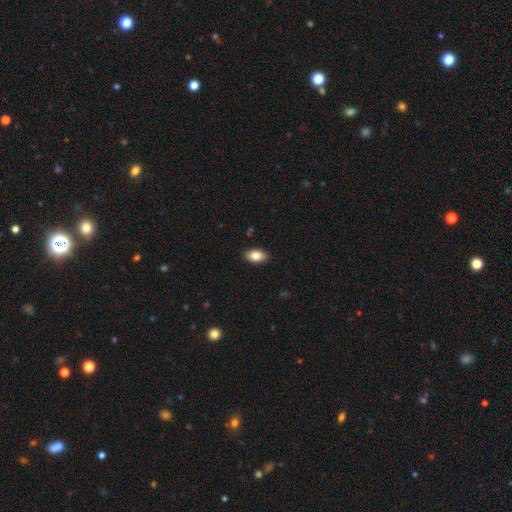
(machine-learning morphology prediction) Overall: smooth (84%). How rounded: in between (92%). Merging: none (89%).